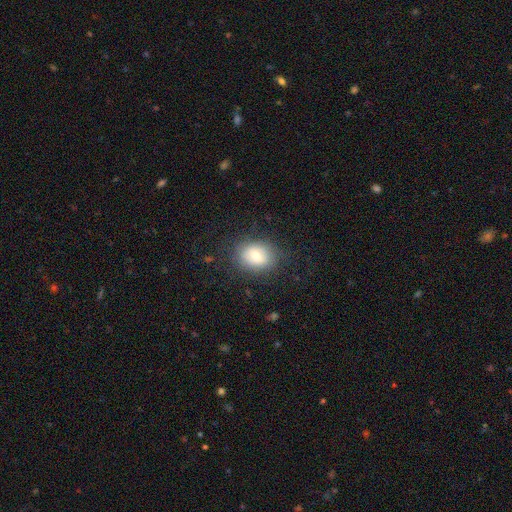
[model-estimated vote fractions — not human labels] This appears to be a smooth galaxy with no disk features (67%) that is in between round and cigar-shaped (67%). Merging: none (75%).